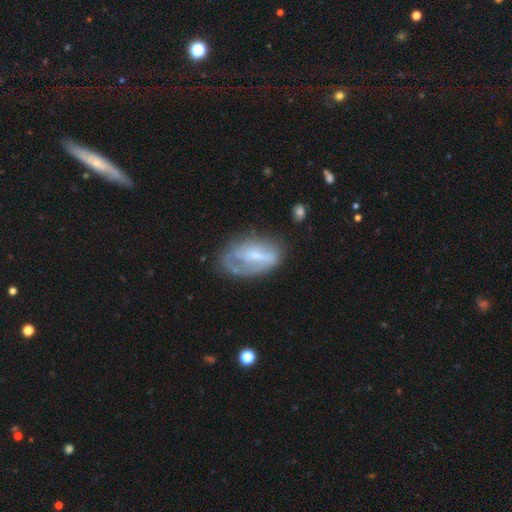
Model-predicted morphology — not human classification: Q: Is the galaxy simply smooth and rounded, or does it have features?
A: featured or disk — 58%.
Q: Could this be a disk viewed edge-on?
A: no — 93%.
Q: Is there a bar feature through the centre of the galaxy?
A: weak — 42%.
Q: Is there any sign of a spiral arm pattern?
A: yes — 54%.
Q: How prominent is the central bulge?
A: small — 44%.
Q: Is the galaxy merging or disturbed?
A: none — 47%.